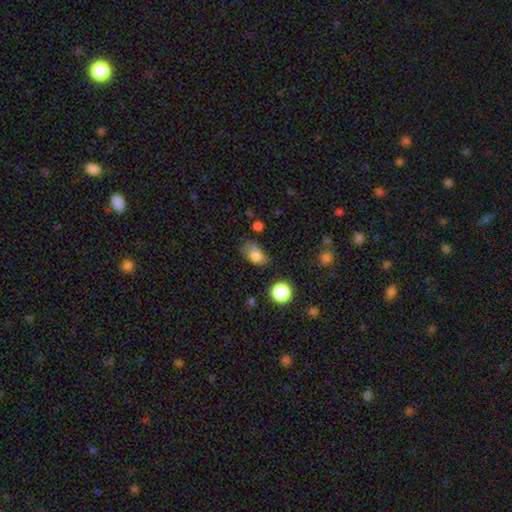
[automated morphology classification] A smooth galaxy with no disk features (77%) that is in between round and cigar-shaped (84%). Merging: none (45%).